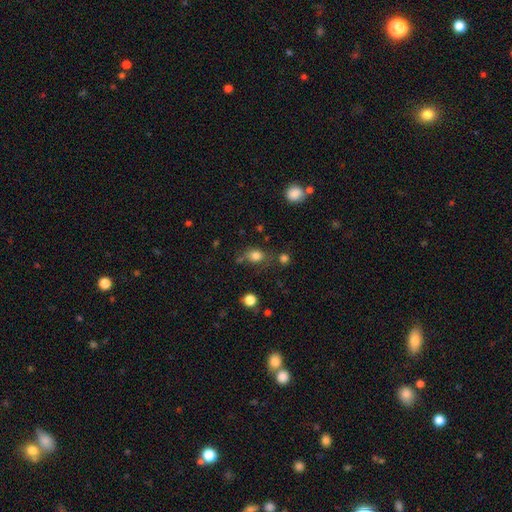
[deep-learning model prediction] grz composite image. It shows a smooth galaxy with no disk features (80%) that is round (50%). Merging: none (63%).